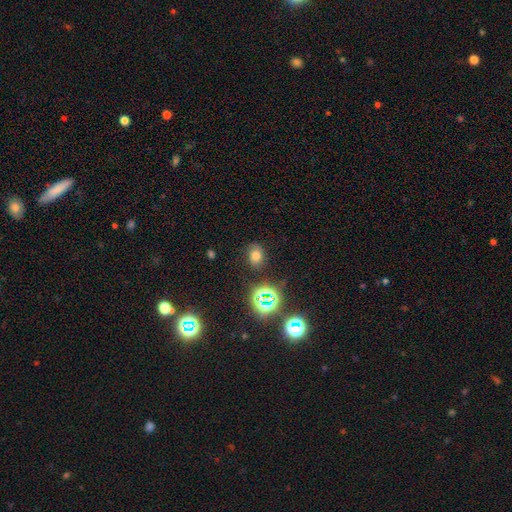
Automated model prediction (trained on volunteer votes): Smooth or featured: smooth — 66% (star or artifact — 24%)
How rounded: in between — 55% (round — 44%)
Merging: none — 78% (minor disturbance — 15%)